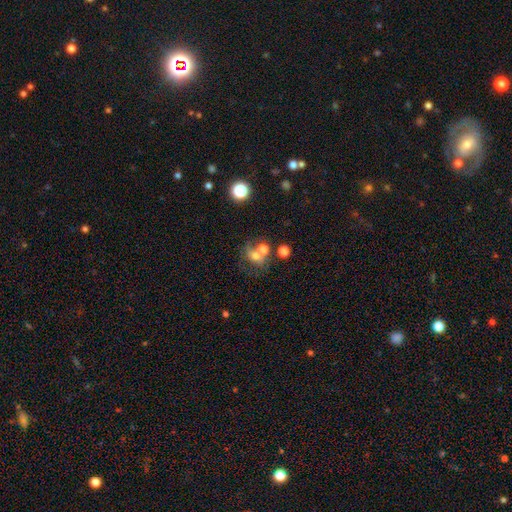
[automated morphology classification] smooth-or-featured: smooth: 56% | featured or disk: 28% | star or artifact: 16%
  how-rounded: round: 59% | in between: 40% | cigar-shaped: 2%
  merging: merger: 42% | none: 35% | minor disturbance: 12% | major disturbance: 10%